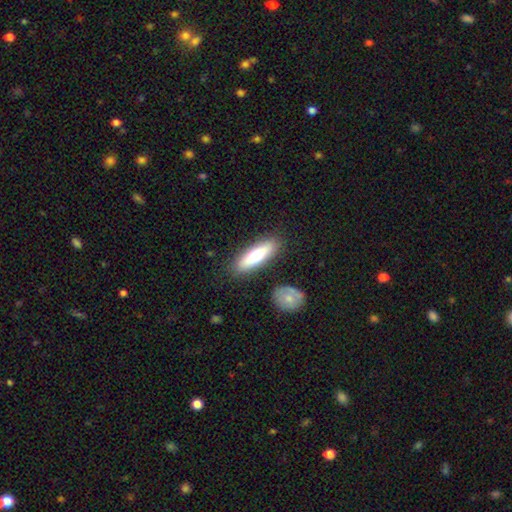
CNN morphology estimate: Smooth or featured? smooth (69%)
How rounded? cigar-shaped (63%)
Merging? none (85%)